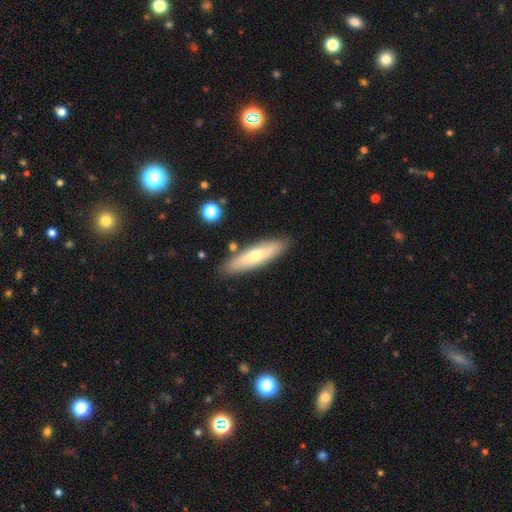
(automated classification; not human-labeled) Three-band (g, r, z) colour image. It shows a smooth galaxy with no disk features (54%) that is cigar-shaped (71%). Merging: none (84%).